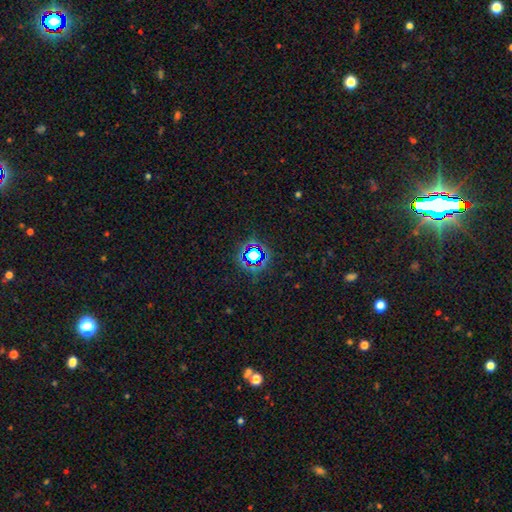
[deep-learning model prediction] Smooth or featured? Predicted: star or artifact (p=0.70).